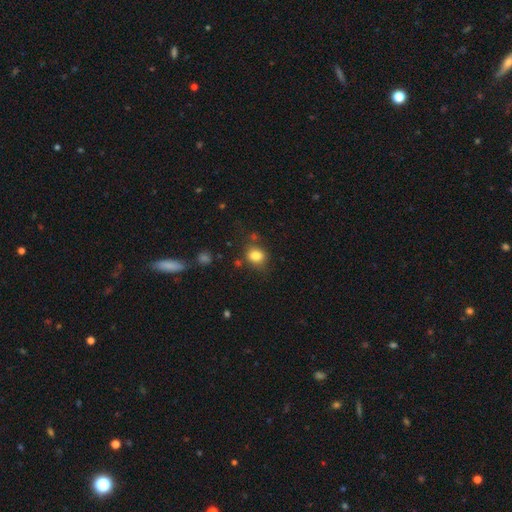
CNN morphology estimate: Smooth or featured? smooth (82%)
How rounded? round (62%)
Merging? none (73%)